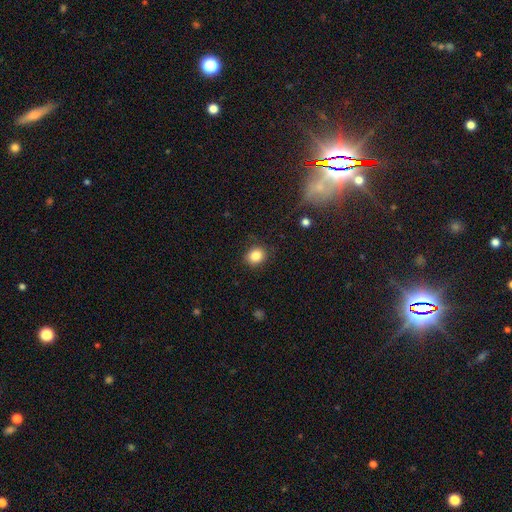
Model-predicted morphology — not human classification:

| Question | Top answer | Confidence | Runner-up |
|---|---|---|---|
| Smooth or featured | smooth | 84% | star or artifact (10%) |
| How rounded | round | 62% | in between (37%) |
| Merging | none | 86% | minor disturbance (10%) |